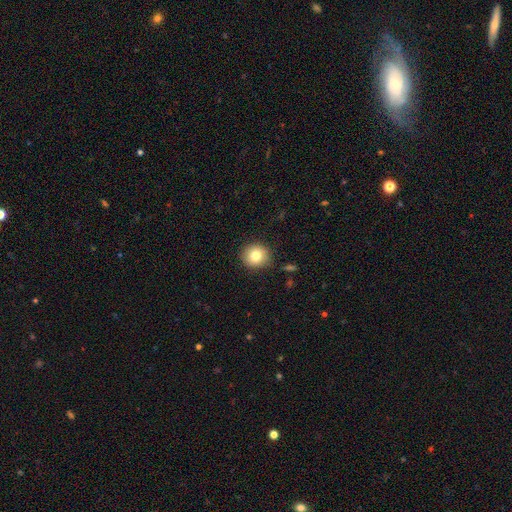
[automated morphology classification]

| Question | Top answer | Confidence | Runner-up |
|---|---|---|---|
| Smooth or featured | smooth | 80% | star or artifact (10%) |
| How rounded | round | 90% | in between (9%) |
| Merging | none | 87% | minor disturbance (9%) |